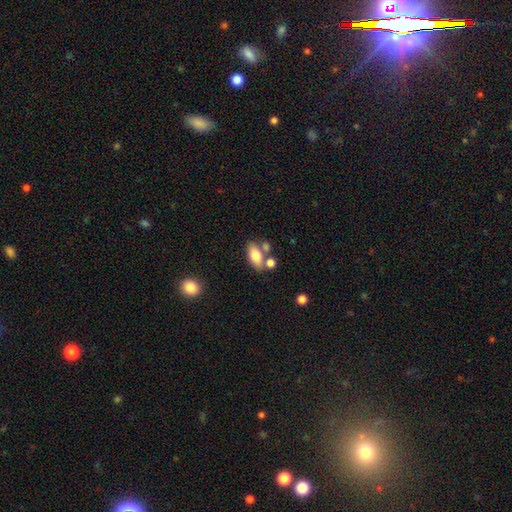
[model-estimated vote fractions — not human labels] The model was most divided on "merging": none: 60%, merger: 22%, minor disturbance: 14%, major disturbance: 5%. More confident: how rounded — in between (85%); smooth or featured — smooth (76%).